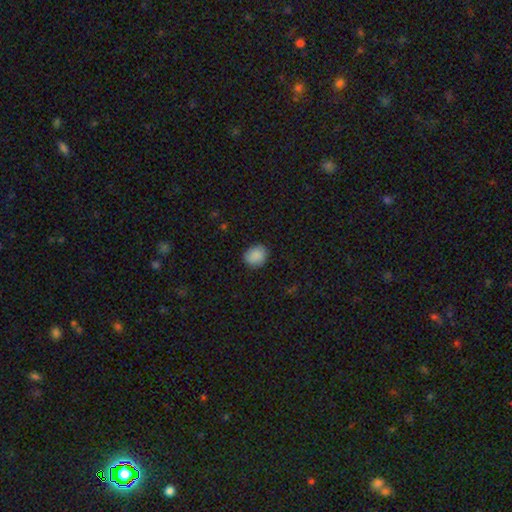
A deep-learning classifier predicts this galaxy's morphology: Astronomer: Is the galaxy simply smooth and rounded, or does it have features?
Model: smooth — 88%.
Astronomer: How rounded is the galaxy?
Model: round — 65%.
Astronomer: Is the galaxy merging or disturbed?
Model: none — 84%.